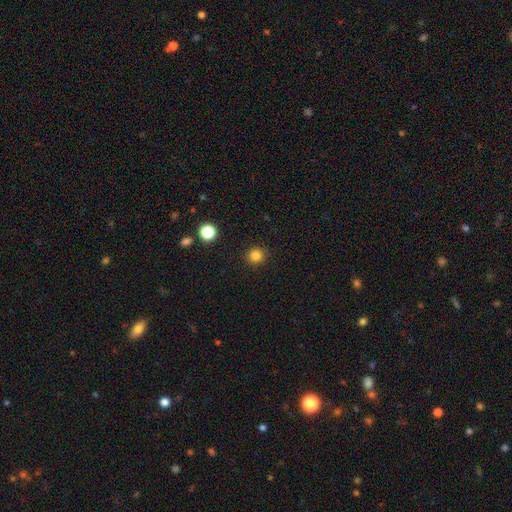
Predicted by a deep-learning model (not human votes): A smooth galaxy with no disk features (83%) that is round (93%).

Vote fractions:
- Smooth or featured? smooth: 83% / star or artifact: 12% / featured or disk: 4%
- How rounded? round: 93% / in between: 6% / cigar-shaped: 1%
- Merging? none: 91% / minor disturbance: 6% / major disturbance: 2% / merger: 1%